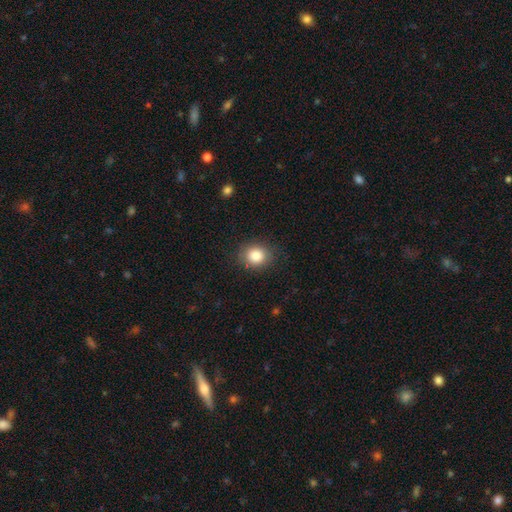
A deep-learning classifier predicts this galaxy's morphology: Smooth or featured?
  - smooth: 85% *
  - star or artifact: 9%
  - featured or disk: 6%
How rounded?
  - round: 70% *
  - in between: 29%
  - cigar-shaped: 1%
Merging?
  - none: 84% *
  - minor disturbance: 12%
  - major disturbance: 3%
  - merger: 1%